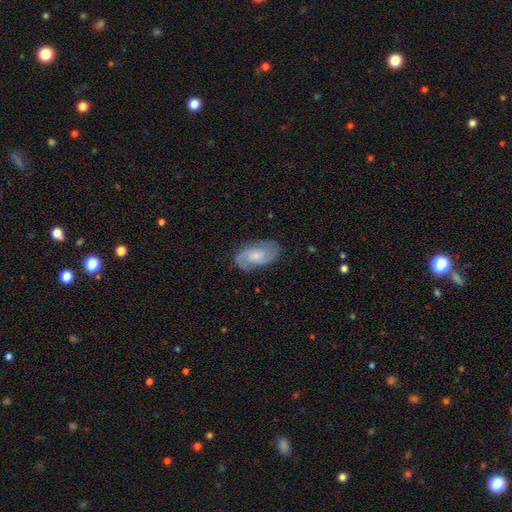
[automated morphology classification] Overall: featured or disk (68%). Edge-on disk: no (96%). Bar: no (62%; weak 33%). Spiral arms: yes (92%). Spiral arm count: 2 (76%). Spiral winding: medium (46%; tight 37%). Bulge size: small (53%; moderate 33%). Merging: none (78%).